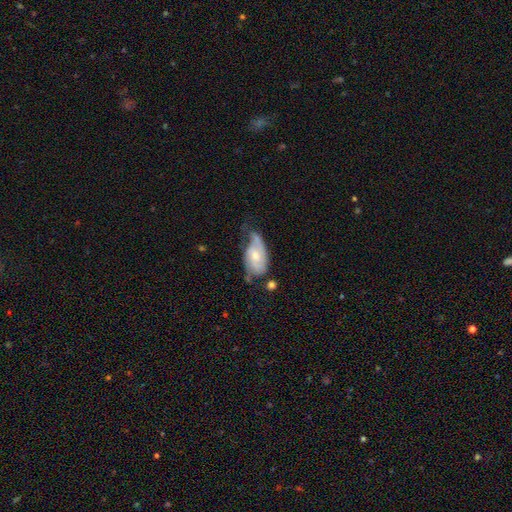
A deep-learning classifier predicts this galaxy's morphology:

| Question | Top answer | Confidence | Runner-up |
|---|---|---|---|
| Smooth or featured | featured or disk | 63% | smooth (31%) |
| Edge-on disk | no | 94% | yes (6%) |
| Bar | no | 63% | weak (31%) |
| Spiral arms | yes | 82% | no (18%) |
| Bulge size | moderate | 54% | small (37%) |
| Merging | minor disturbance | 35% | none (33%) |